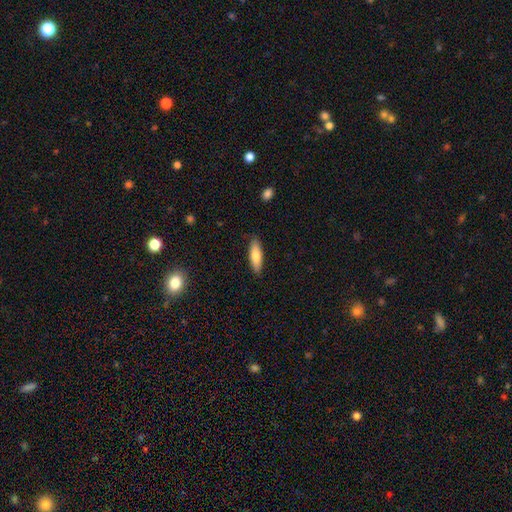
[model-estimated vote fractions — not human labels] Smooth or featured: smooth — 79% (featured or disk — 15%)
How rounded: in between — 50% (cigar-shaped — 49%)
Merging: none — 85% (minor disturbance — 11%)